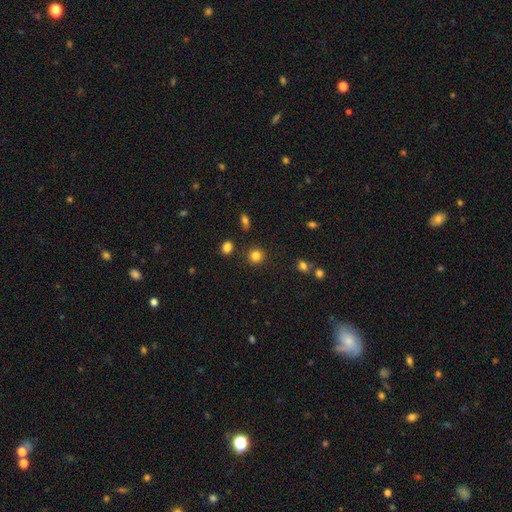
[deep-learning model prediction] smooth-or-featured: smooth: 83% | star or artifact: 12% | featured or disk: 5%
  how-rounded: round: 90% | in between: 9% | cigar-shaped: 1%
  merging: none: 88% | minor disturbance: 7% | merger: 3% | major disturbance: 3%